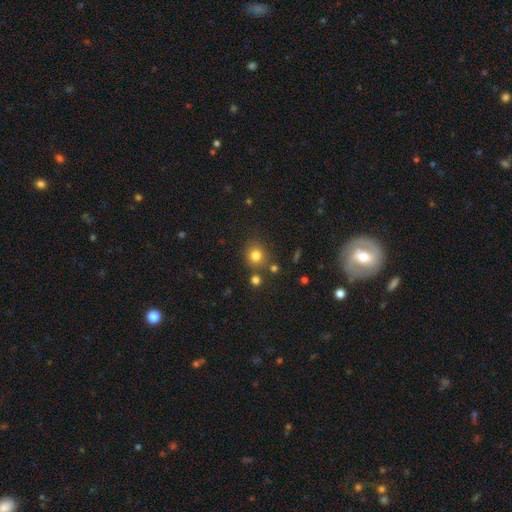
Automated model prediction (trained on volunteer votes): Smooth or featured: smooth — 79% (star or artifact — 14%)
How rounded: round — 87% (in between — 12%)
Merging: none — 77% (minor disturbance — 10%)